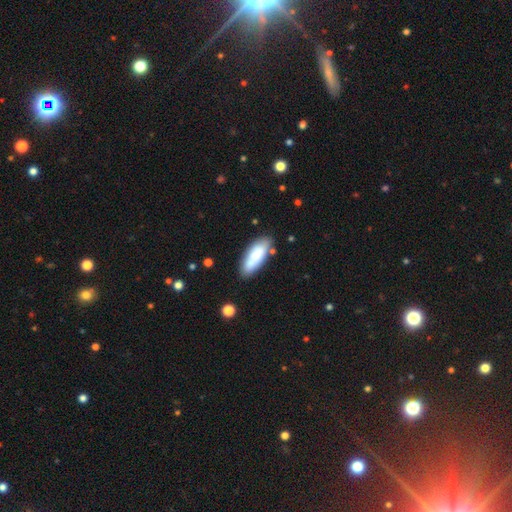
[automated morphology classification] This appears to be a smooth galaxy with no disk features (79%) that is in between round and cigar-shaped (72%). Merging: none (75%).